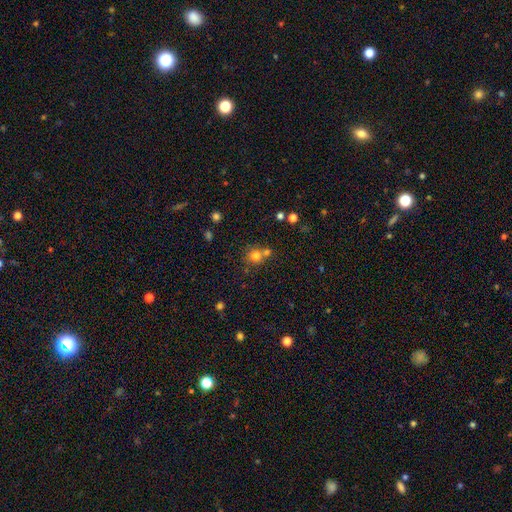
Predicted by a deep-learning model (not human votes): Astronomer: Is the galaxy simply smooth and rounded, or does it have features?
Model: smooth — 75%.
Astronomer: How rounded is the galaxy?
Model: round — 87%.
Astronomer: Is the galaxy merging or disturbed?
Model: none — 54% (runner-up: merger, 35%).